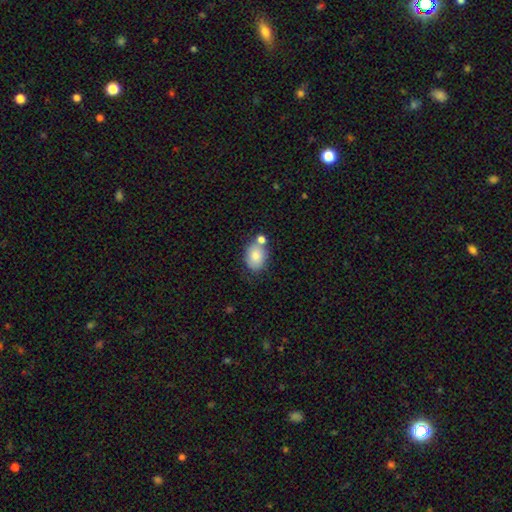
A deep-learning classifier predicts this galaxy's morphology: This appears to be a smooth galaxy with no disk features (80%) that is in between round and cigar-shaped (66%). Merging: none (56%).